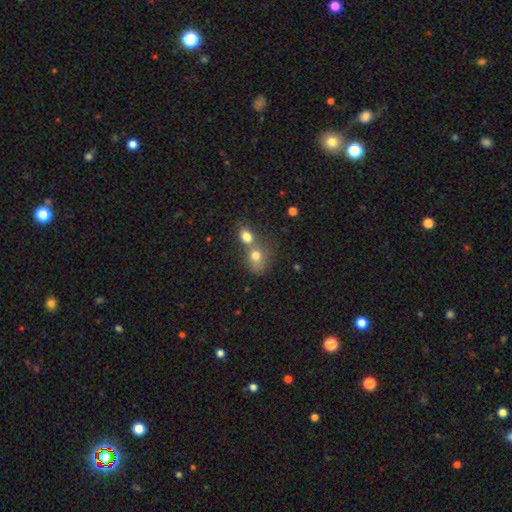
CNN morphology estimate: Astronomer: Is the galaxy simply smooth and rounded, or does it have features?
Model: smooth — 75%.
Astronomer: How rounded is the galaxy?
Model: in between — 50% (runner-up: round, 49%).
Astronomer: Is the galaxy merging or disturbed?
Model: merger — 61%.